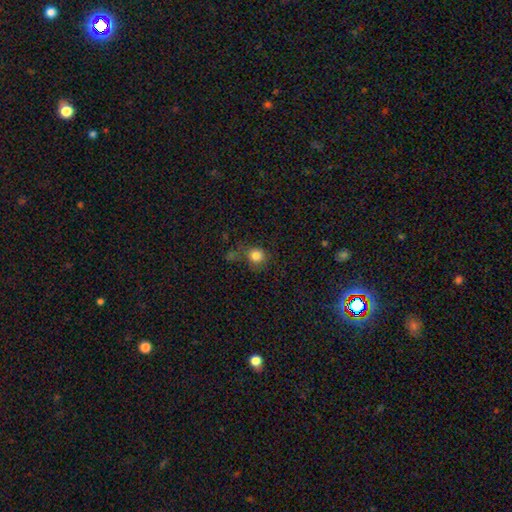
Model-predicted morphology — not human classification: Smooth or featured?
  - smooth: 82% *
  - star or artifact: 12%
  - featured or disk: 6%
How rounded?
  - round: 88% *
  - in between: 11%
  - cigar-shaped: 1%
Merging?
  - none: 63% *
  - minor disturbance: 18%
  - merger: 10%
  - major disturbance: 9%